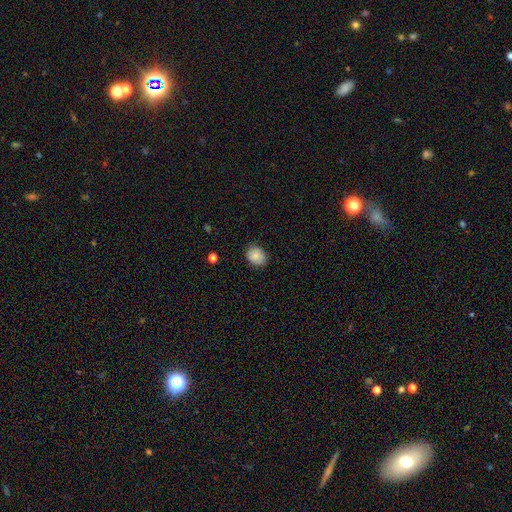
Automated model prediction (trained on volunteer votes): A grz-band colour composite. It shows a smooth galaxy with no disk features (79%) that is round (50%). Merging: none (80%).